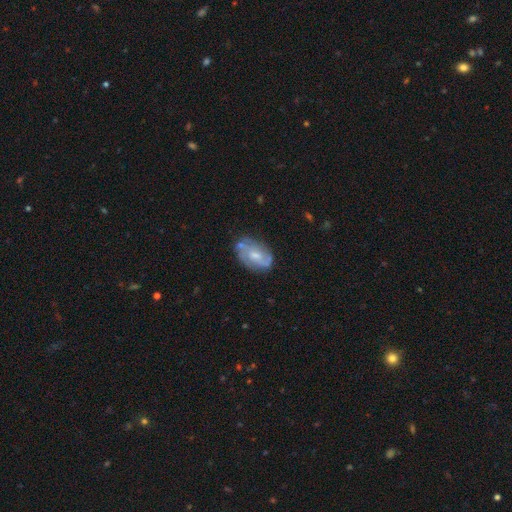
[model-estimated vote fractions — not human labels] Smooth or featured? featured or disk (64%)
Edge-on disk? no (96%)
Bar? no (54%)
Spiral arms? yes (79%)
Bulge size? moderate (49%)
Merging? none (63%)